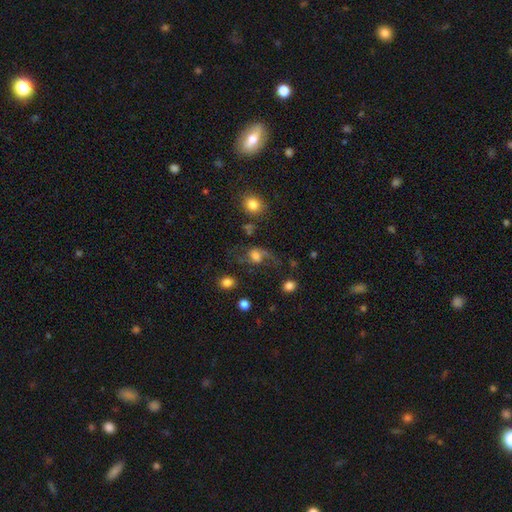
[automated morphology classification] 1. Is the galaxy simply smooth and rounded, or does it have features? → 46% featured or disk, 41% smooth, 13% star or artifact.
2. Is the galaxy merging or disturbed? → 38% none, 36% major disturbance, 20% minor disturbance, 6% merger.